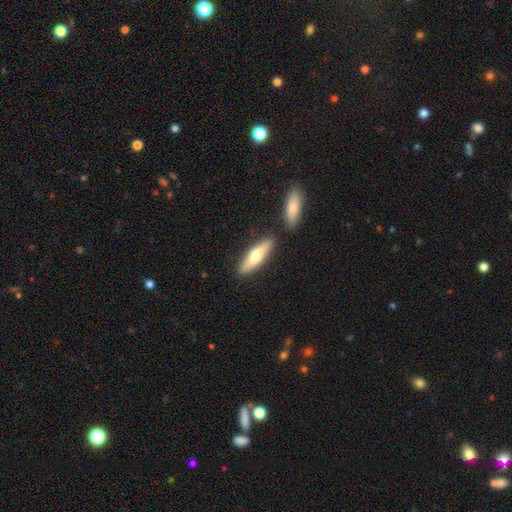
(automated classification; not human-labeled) Smooth or featured: smooth — 63% (featured or disk — 32%)
How rounded: cigar-shaped — 64% (in between — 34%)
Merging: none — 77% (minor disturbance — 11%)